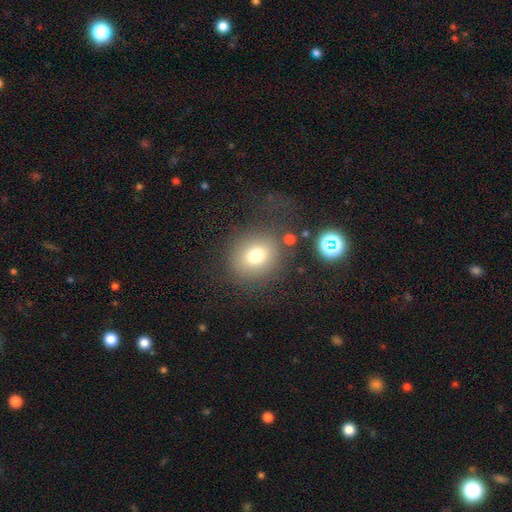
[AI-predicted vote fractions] This is likely a smooth galaxy (75%). How rounded: likely round (73%). Merging: likely none (75%).